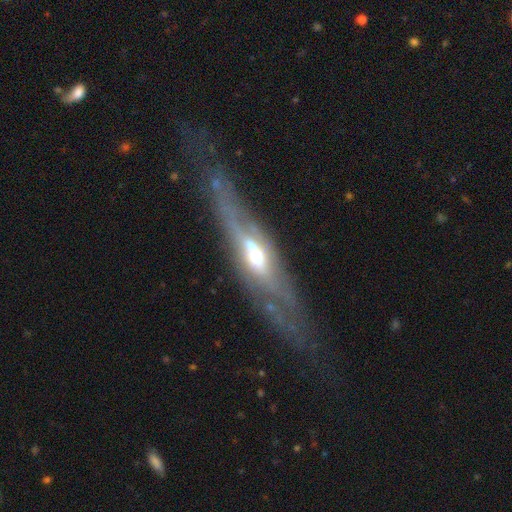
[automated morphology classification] The model was most divided on "edge-on disk": yes: 70%, no: 30%. More confident: smooth or featured — featured or disk (79%); edge-on bulge — rounded (78%); merging — none (63%).